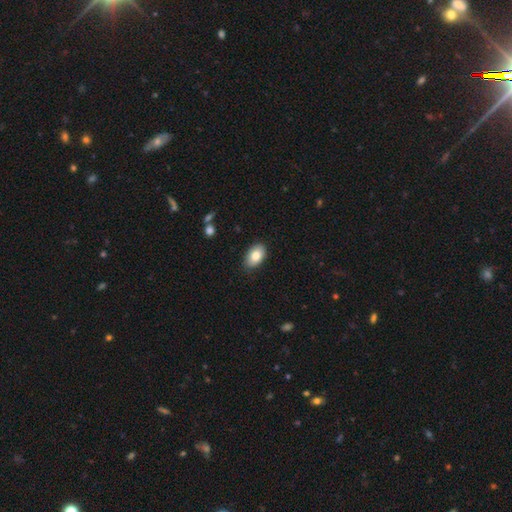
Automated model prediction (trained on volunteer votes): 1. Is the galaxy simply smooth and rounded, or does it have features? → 81% smooth, 11% featured or disk, 7% star or artifact.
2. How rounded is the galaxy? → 92% in between, 7% round, 1% cigar-shaped.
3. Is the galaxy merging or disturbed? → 85% none, 11% minor disturbance, 2% major disturbance, 1% merger.